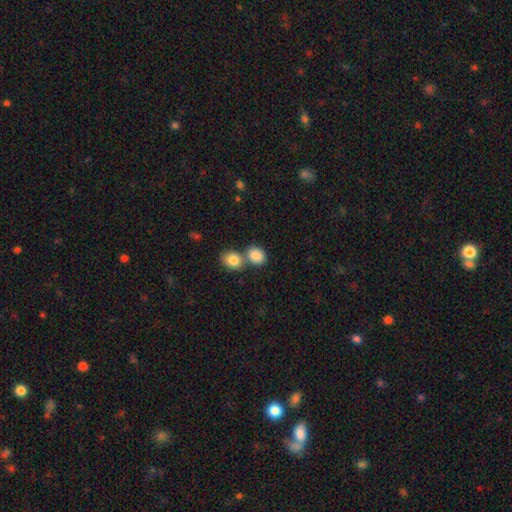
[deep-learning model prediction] Smooth or featured?
  - smooth: 85% *
  - star or artifact: 8%
  - featured or disk: 6%
How rounded?
  - round: 54% *
  - in between: 45%
  - cigar-shaped: 1%
Merging?
  - none: 45% * (tied)
  - merger: 45% * (tied)
  - minor disturbance: 8%
  - major disturbance: 3%